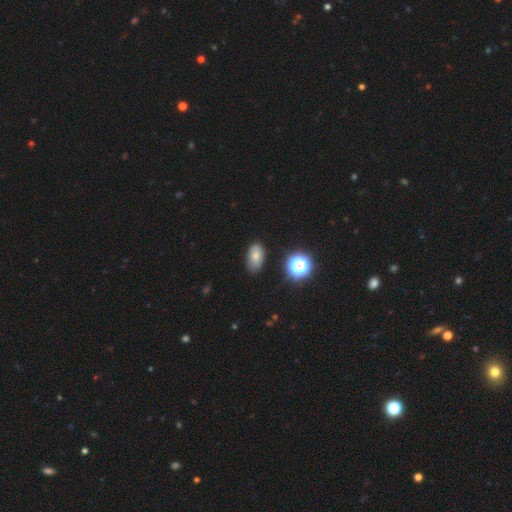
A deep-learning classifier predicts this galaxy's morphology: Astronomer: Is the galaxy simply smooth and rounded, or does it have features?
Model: smooth — 73%.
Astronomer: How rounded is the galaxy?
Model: in between — 89%.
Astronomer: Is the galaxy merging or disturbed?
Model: none — 79%.